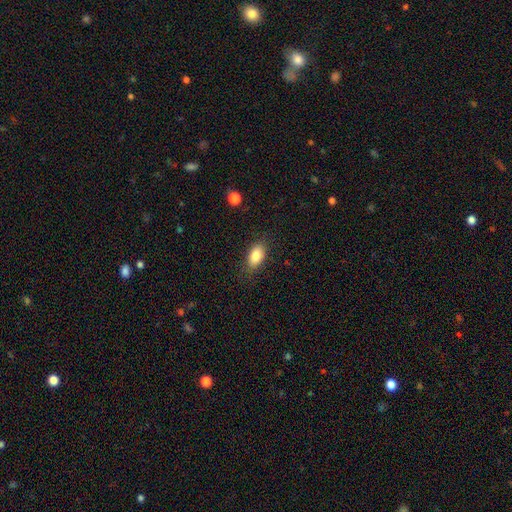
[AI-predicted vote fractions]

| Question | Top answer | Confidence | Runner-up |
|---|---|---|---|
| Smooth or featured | smooth | 84% | featured or disk (9%) |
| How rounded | in between | 90% | round (6%) |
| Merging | none | 83% | minor disturbance (12%) |